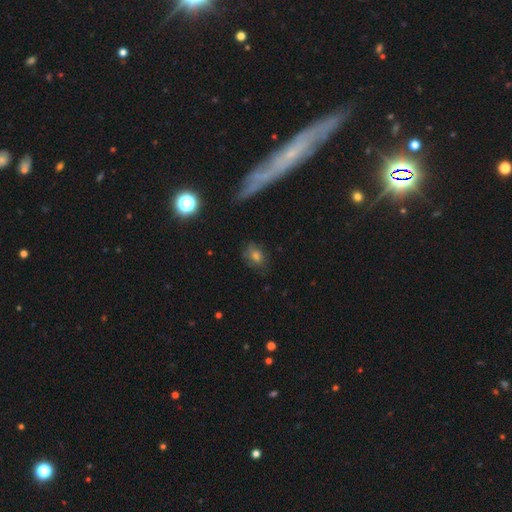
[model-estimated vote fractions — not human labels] Smooth or featured? smooth (62%)
How rounded? in between (56%)
Merging? none (71%)